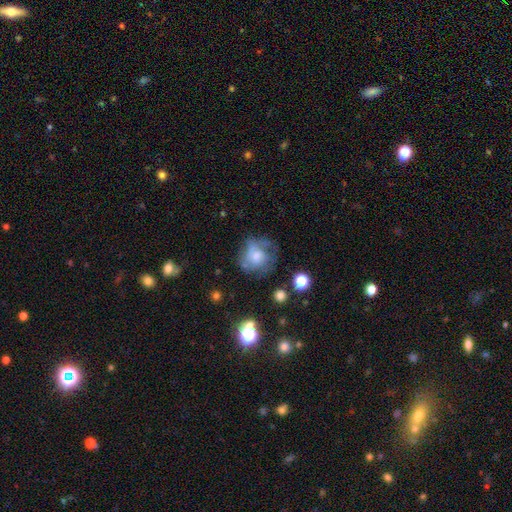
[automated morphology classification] smooth 46%, featured or disk 43%, star or artifact 11%. Down the decision tree: merging — none (50%).